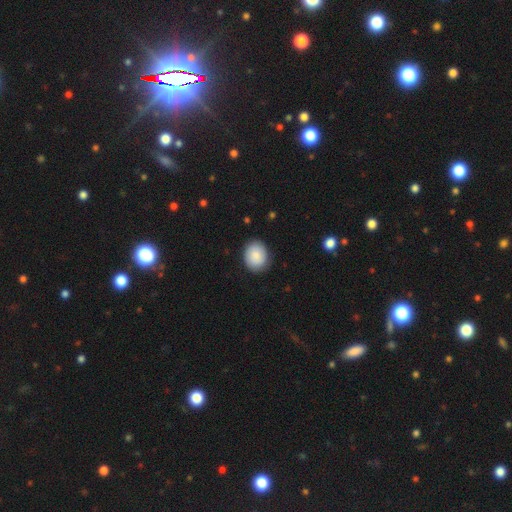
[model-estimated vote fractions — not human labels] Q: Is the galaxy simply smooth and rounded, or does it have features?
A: smooth — 85%.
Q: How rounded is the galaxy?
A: round — 56%.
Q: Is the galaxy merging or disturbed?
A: none — 85%.